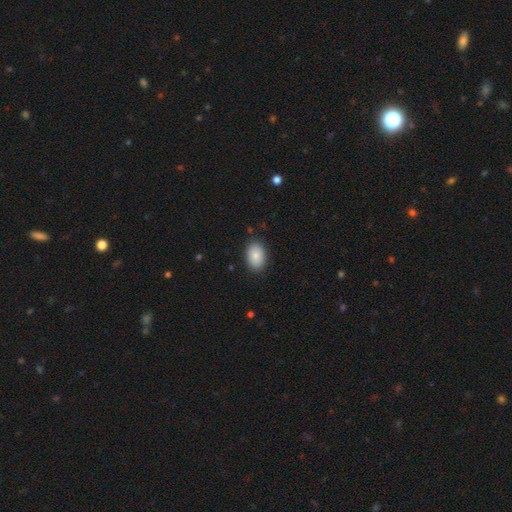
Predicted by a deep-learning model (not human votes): A smooth galaxy with no disk features (85%) that is in between round and cigar-shaped (87%).

Vote fractions:
- Smooth or featured? smooth: 85% / featured or disk: 8% / star or artifact: 7%
- How rounded? in between: 87% / round: 12% / cigar-shaped: 1%
- Merging? none: 87% / minor disturbance: 10% / major disturbance: 2% / merger: 1%